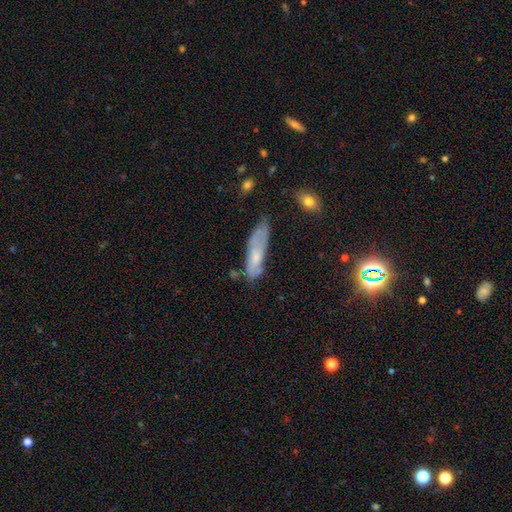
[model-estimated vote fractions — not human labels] Smooth or featured? smooth (51%)
How rounded? cigar-shaped (61%)
Merging? none (50%)